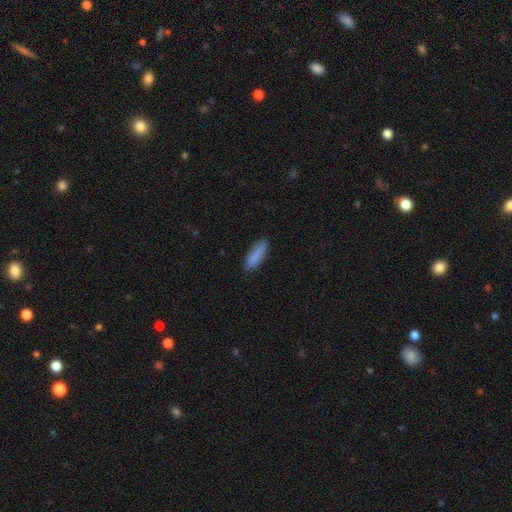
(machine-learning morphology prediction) Q: Smooth or featured?
A: smooth (88%); runner-up: star or artifact (6%)
Q: How rounded?
A: cigar-shaped (49%); tied with: in between (49%)
Q: Merging?
A: none (83%); runner-up: minor disturbance (13%)